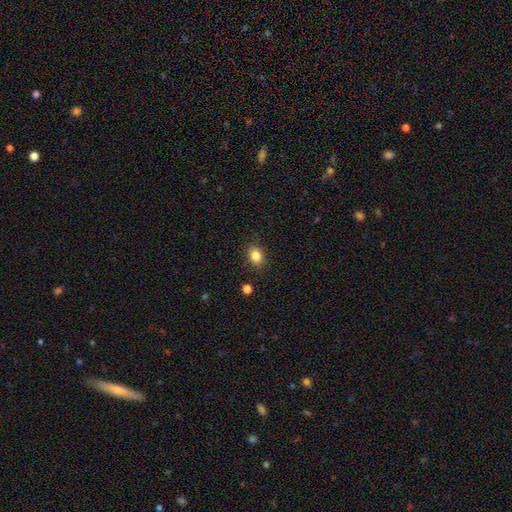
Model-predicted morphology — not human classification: Q: Smooth or featured?
A: smooth (85%); runner-up: star or artifact (10%)
Q: How rounded?
A: in between (64%); runner-up: round (35%)
Q: Merging?
A: none (86%); runner-up: minor disturbance (10%)